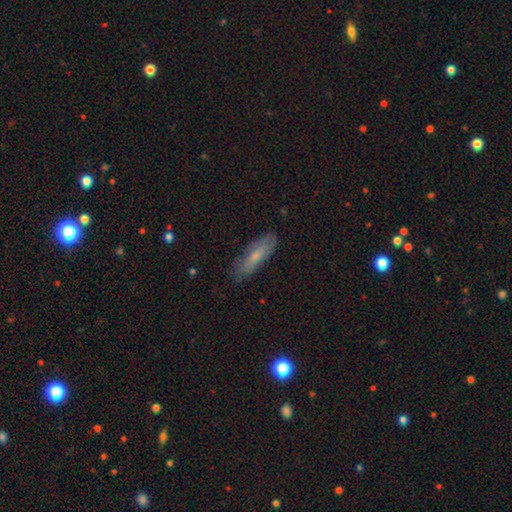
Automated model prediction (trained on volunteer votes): Overall: smooth (58%; featured or disk 35%). How rounded: cigar-shaped (56%; in between 42%). Merging: none (81%).